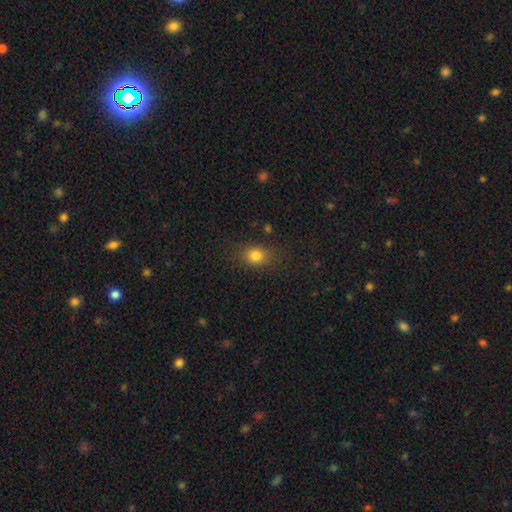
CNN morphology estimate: Smooth or featured?
  - smooth: 81% *
  - star or artifact: 12%
  - featured or disk: 7%
How rounded?
  - round: 50% *
  - in between: 49%
  - cigar-shaped: 2%
Merging?
  - none: 81% *
  - minor disturbance: 13%
  - major disturbance: 5%
  - merger: 2%